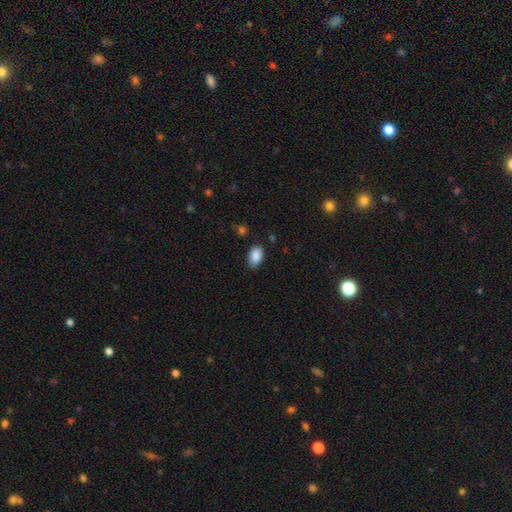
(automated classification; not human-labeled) This appears to be a smooth galaxy with no disk features (88%) that is in between round and cigar-shaped (89%). Merging: none (80%).